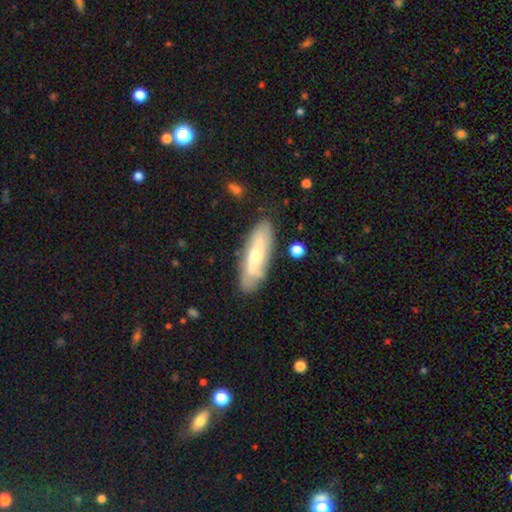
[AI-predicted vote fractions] Q: Smooth or featured?
A: smooth (49%); runner-up: featured or disk (45%)
Q: Merging?
A: none (78%); runner-up: minor disturbance (15%)